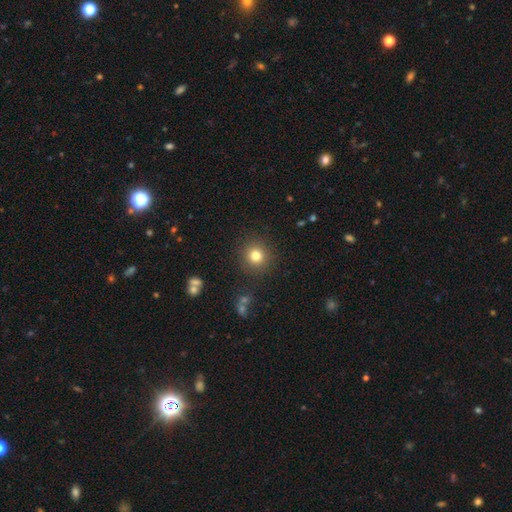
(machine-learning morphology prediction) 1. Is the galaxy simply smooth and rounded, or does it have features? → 80% smooth, 13% star or artifact, 7% featured or disk.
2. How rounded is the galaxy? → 94% round, 5% in between, 1% cigar-shaped.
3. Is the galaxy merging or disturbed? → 89% none, 6% minor disturbance, 3% major disturbance, 2% merger.